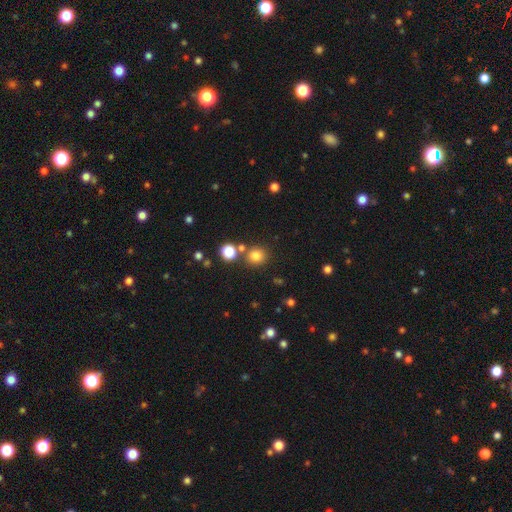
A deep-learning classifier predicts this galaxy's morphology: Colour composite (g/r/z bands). It shows a smooth galaxy with no disk features (79%) that is round (87%). Merging: none (77%).